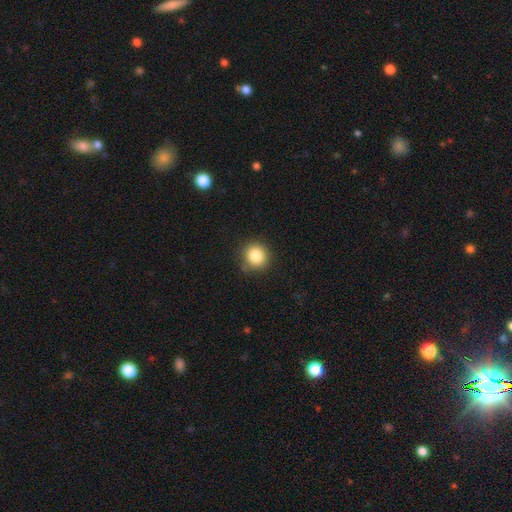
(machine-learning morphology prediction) Smooth or featured? Predicted: smooth (p=0.84). How rounded? Predicted: round (p=0.89). Merging? Predicted: none (p=0.84).